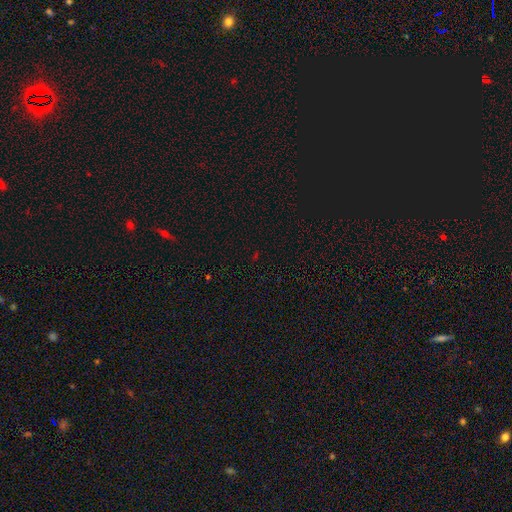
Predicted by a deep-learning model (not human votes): smooth-or-featured: star or artifact: 67% | smooth: 25% | featured or disk: 8%